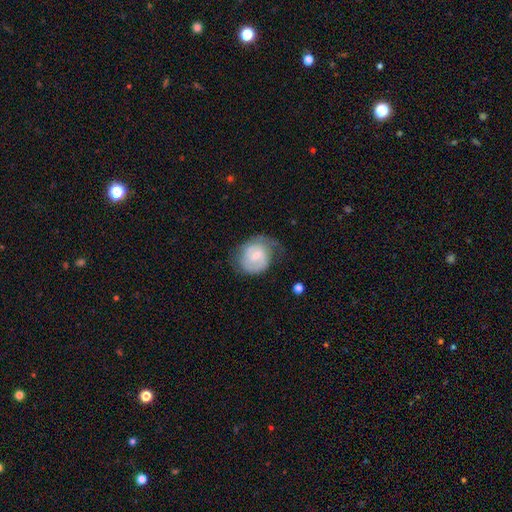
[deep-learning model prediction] Q: Smooth or featured?
A: featured or disk (65%); runner-up: smooth (29%)
Q: Edge-on disk?
A: no (97%); runner-up: yes (3%)
Q: Bar?
A: weak (49%); runner-up: no (40%)
Q: Spiral arms?
A: yes (83%); runner-up: no (17%)
Q: Spiral winding?
A: tight (49%); runner-up: medium (36%)
Q: Spiral arm count?
A: 2 (55%); runner-up: can't tell (24%)
Q: Bulge size?
A: small (54%); runner-up: moderate (41%)
Q: Merging?
A: none (50%); runner-up: minor disturbance (28%)